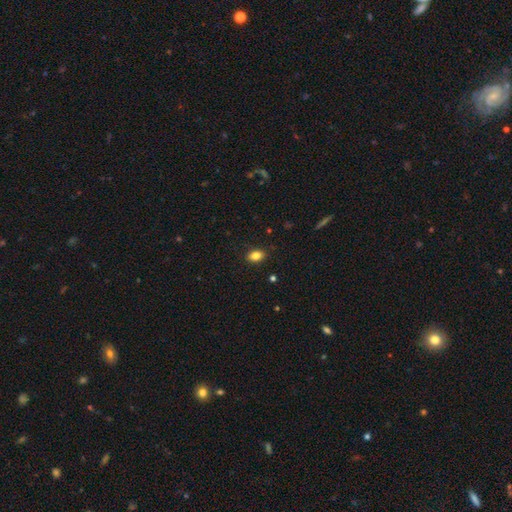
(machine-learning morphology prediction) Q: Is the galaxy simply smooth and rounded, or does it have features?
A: smooth — 85%.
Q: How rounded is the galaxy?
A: in between — 83%.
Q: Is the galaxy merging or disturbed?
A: none — 87%.